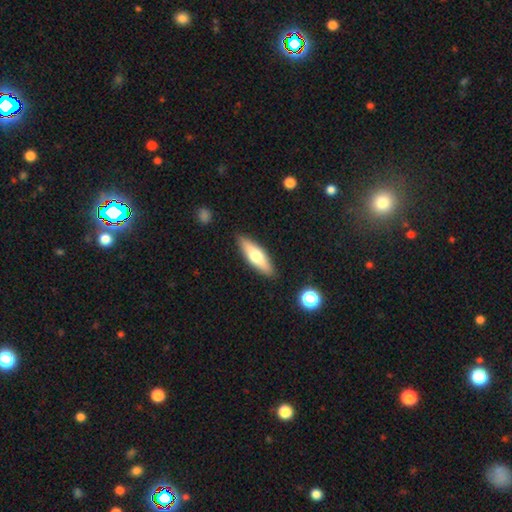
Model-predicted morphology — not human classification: Q: Smooth or featured?
A: smooth (58%); runner-up: featured or disk (36%)
Q: How rounded?
A: cigar-shaped (56%); runner-up: in between (42%)
Q: Merging?
A: none (88%); runner-up: minor disturbance (9%)